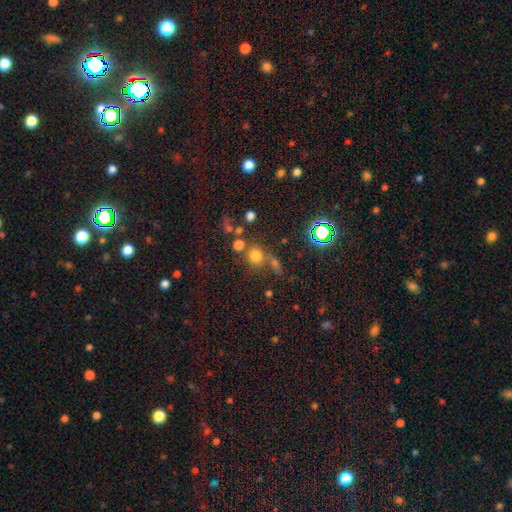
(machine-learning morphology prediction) Q: Smooth or featured?
A: smooth (71%); runner-up: star or artifact (20%)
Q: How rounded?
A: round (85%); runner-up: in between (14%)
Q: Merging?
A: none (61%); runner-up: merger (23%)